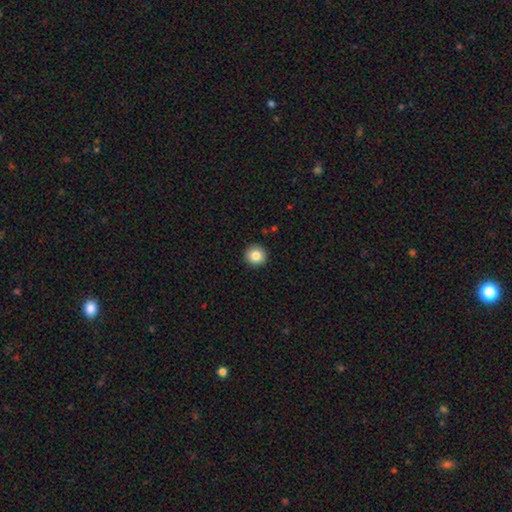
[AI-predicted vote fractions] Smooth or featured? Predicted: smooth (p=0.85). How rounded? Predicted: round (p=0.95). Merging? Predicted: none (p=0.93).